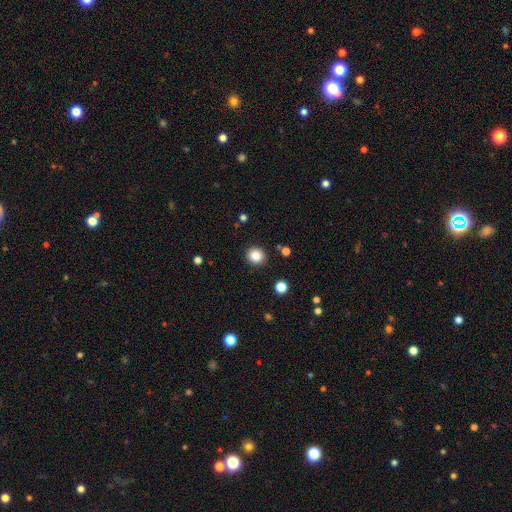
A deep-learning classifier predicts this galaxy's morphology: Smooth or featured? Predicted: smooth (p=0.84). How rounded? Predicted: round (p=0.90). Merging? Predicted: none (p=0.90).